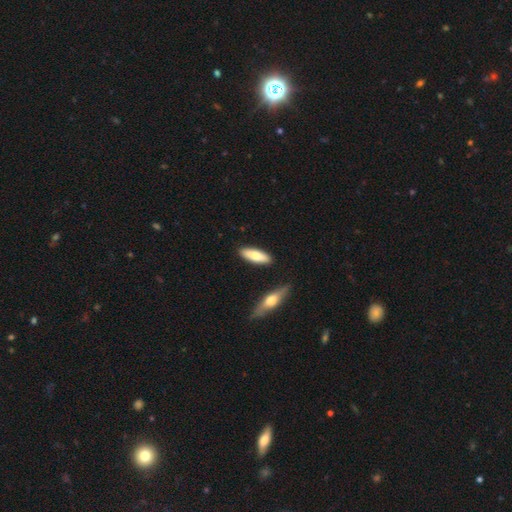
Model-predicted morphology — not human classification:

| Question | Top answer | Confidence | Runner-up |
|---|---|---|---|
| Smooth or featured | smooth | 72% | featured or disk (23%) |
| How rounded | in between | 57% | cigar-shaped (41%) |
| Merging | none | 85% | minor disturbance (9%) |